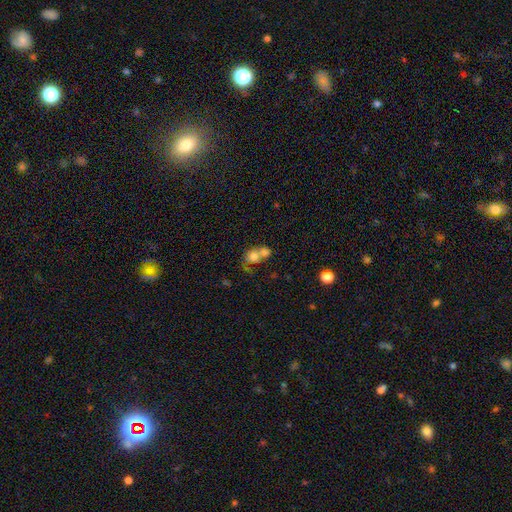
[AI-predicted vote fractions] This appears to be a smooth galaxy with no disk features (71%) that is round (66%). Merging: merger (67%).